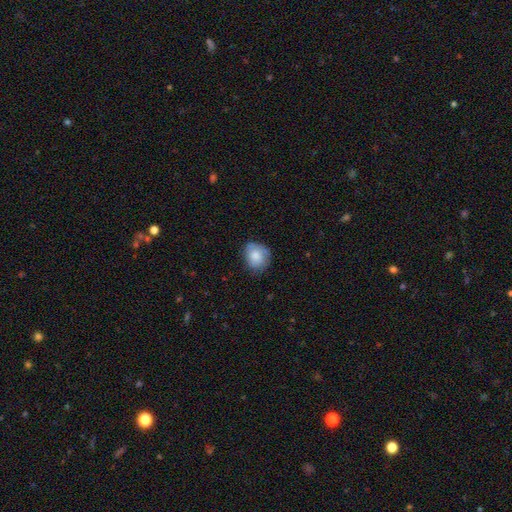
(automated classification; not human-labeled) Overall: smooth (72%). How rounded: round (57%; in between 42%). Merging: none (65%; minor disturbance 27%).